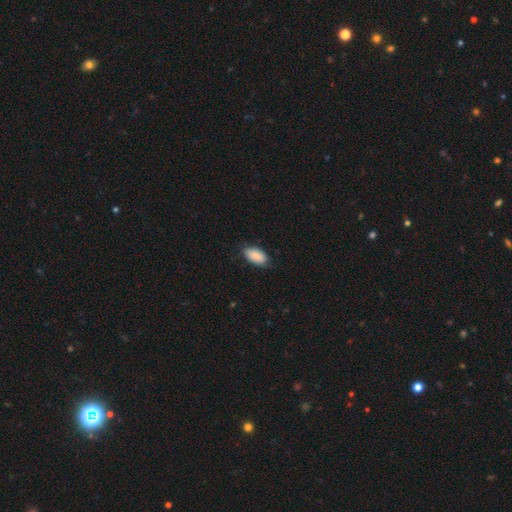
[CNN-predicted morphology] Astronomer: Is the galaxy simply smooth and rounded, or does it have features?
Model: smooth — 89%.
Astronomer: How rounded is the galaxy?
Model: in between — 94%.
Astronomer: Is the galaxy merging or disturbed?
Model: none — 79%.